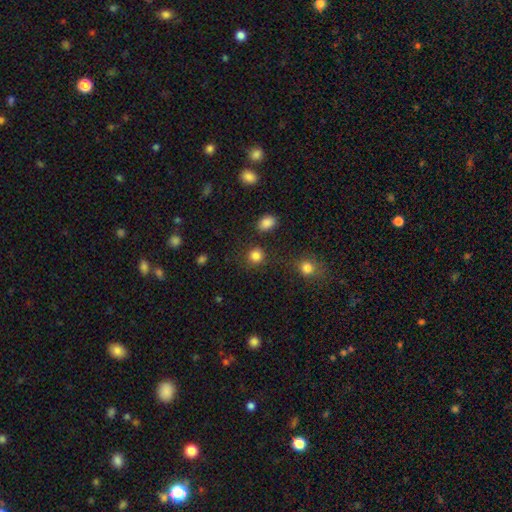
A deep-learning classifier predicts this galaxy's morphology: A smooth galaxy with no disk features (84%) that is round (87%). Merging: none (81%).